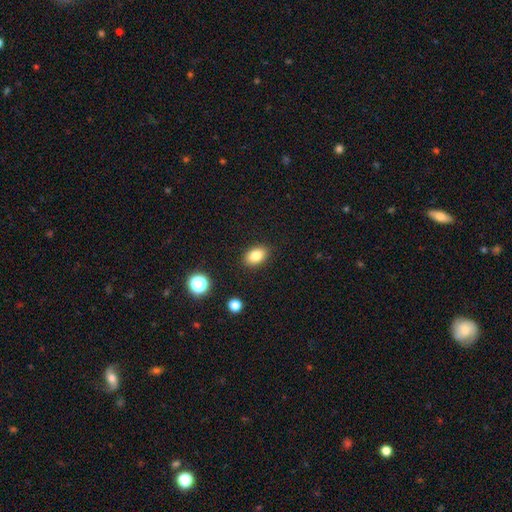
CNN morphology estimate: Smooth or featured: smooth — 82% (star or artifact — 10%)
How rounded: in between — 83% (round — 16%)
Merging: none — 88% (minor disturbance — 8%)